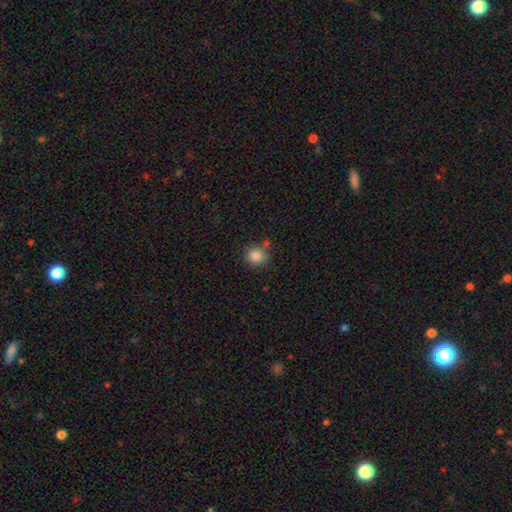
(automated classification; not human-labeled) A smooth galaxy with no disk features (85%) that is round (87%). Merging: none (75%).